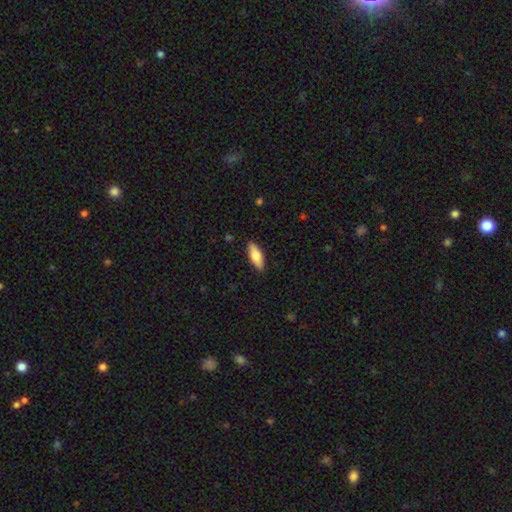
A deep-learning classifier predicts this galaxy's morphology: type=smooth (76%); roundness=in between (65%); merging=none (89%).